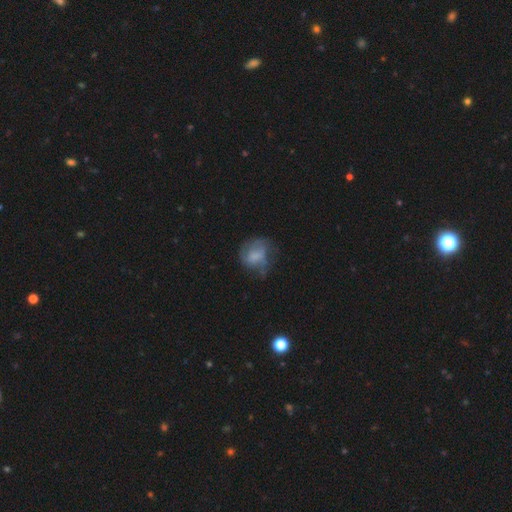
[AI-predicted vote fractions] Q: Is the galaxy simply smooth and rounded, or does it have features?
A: smooth — 52%.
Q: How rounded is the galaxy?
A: round — 63%.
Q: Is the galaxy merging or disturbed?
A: none — 47%.